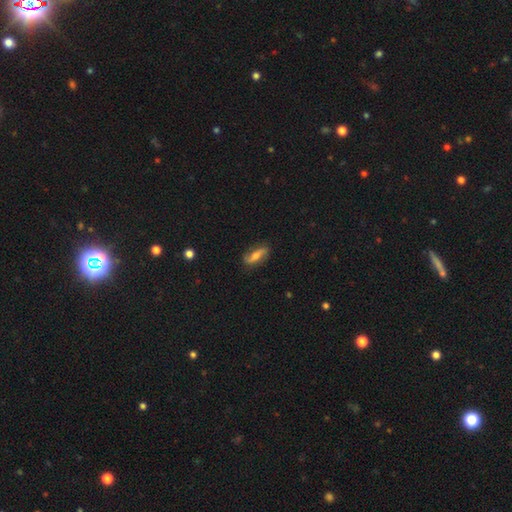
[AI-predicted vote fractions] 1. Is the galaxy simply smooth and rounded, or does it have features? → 57% featured or disk, 35% smooth, 7% star or artifact.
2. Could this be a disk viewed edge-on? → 78% no, 22% yes.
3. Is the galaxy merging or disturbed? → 81% none, 14% minor disturbance, 3% major disturbance, 1% merger.